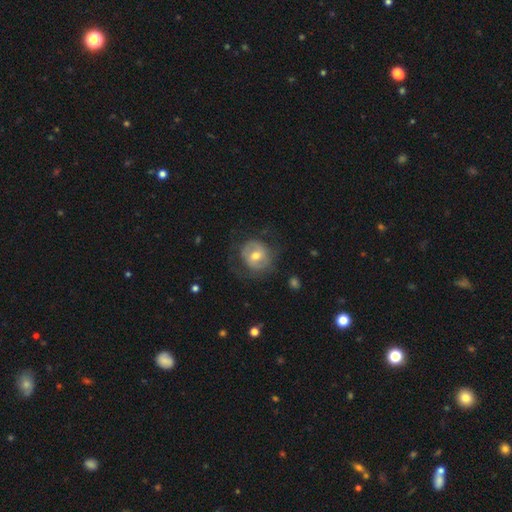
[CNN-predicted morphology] A featured or disk galaxy (50%). Merging: none (64%).